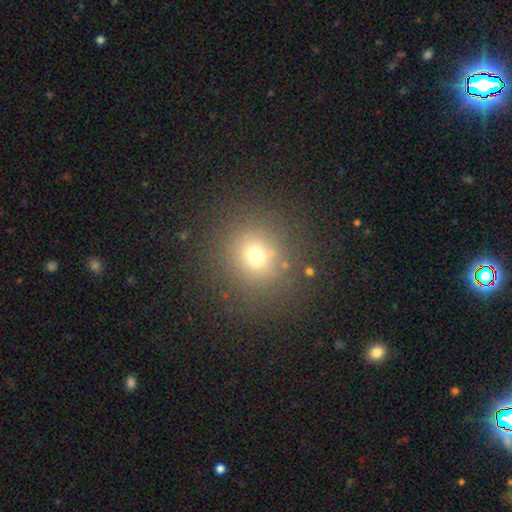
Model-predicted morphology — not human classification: Smooth or featured? smooth (68%)
How rounded? round (86%)
Merging? none (83%)